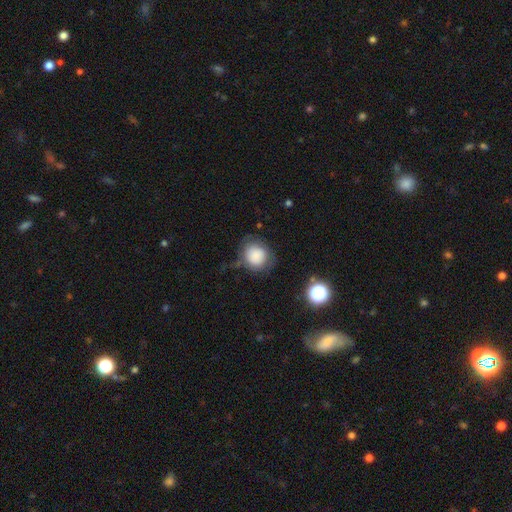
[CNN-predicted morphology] Overall: smooth (79%). How rounded: round (81%). Merging: none (60%; minor disturbance 24%).